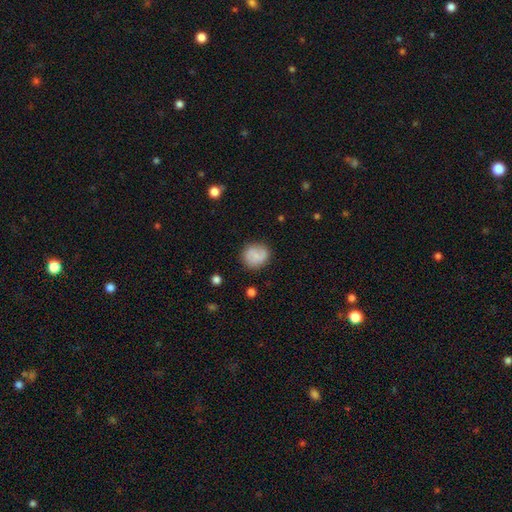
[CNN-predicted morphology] A smooth galaxy with no disk features (70%) that is round (82%). Merging: none (81%).